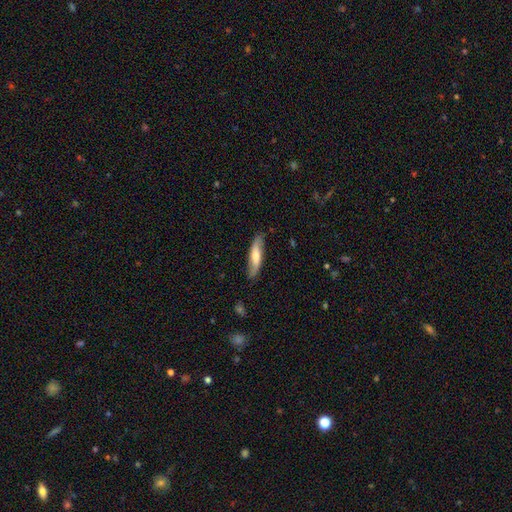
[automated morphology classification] Q: Smooth or featured?
A: smooth (52%); runner-up: featured or disk (42%)
Q: How rounded?
A: cigar-shaped (73%); runner-up: in between (25%)
Q: Merging?
A: none (82%); runner-up: minor disturbance (14%)